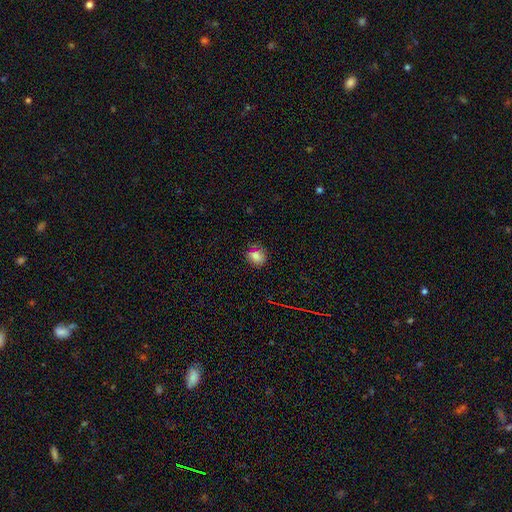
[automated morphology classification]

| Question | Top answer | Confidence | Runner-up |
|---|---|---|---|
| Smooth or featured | smooth | 76% | star or artifact (16%) |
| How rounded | round | 68% | in between (30%) |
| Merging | none | 75% | minor disturbance (19%) |